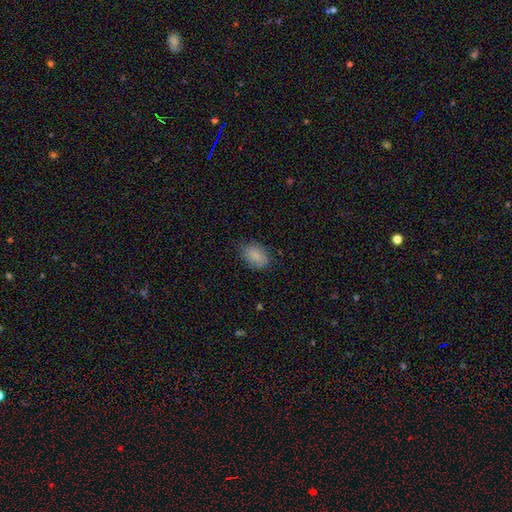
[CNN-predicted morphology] A smooth galaxy with no disk features (87%) that is in between round and cigar-shaped (86%).

Vote fractions:
- Smooth or featured? smooth: 87% / star or artifact: 7% / featured or disk: 6%
- How rounded? in between: 86% / round: 13% / cigar-shaped: 1%
- Merging? none: 77% / minor disturbance: 18% / major disturbance: 4% / merger: 1%